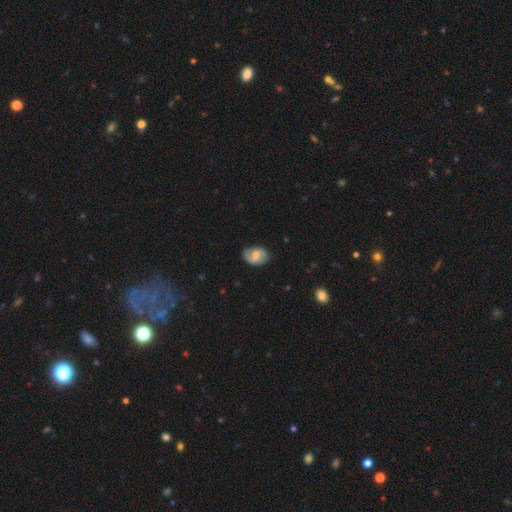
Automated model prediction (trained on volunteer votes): A featured or disk galaxy (57%) with a weak bar (53%), spiral arms (86%) and a moderate central bulge (50%). Merging: none (78%).